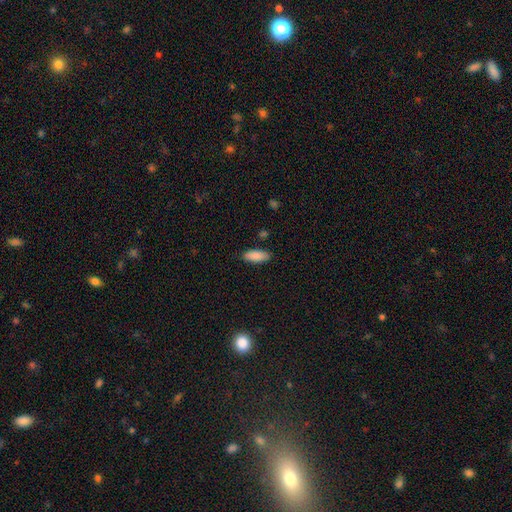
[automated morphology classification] This is clearly a smooth galaxy (88%). How rounded: likely in between (79%). Merging: clearly none (87%).